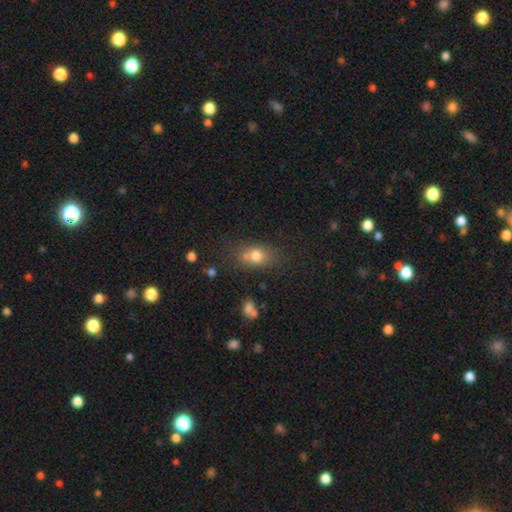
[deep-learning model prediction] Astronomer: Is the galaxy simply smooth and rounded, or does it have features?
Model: smooth — 74%.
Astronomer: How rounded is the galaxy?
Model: in between — 63%.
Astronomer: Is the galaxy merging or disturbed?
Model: none — 60%.